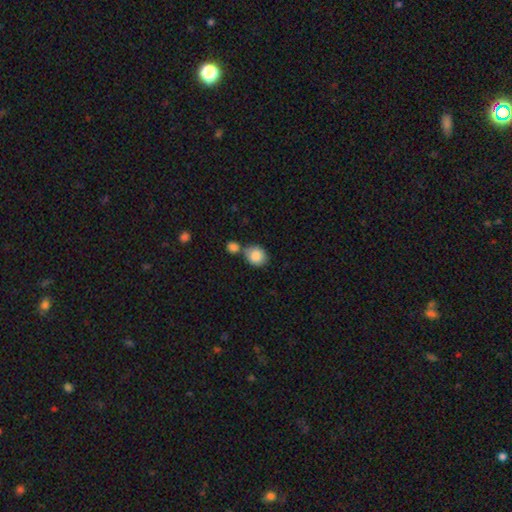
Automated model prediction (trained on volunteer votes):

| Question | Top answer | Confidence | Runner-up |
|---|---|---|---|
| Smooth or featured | smooth | 87% | star or artifact (7%) |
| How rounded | round | 71% | in between (28%) |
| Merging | none | 52% | merger (33%) |